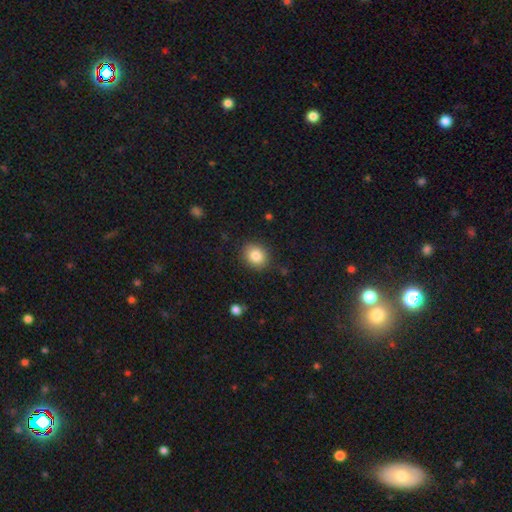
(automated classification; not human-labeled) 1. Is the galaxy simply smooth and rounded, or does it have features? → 84% smooth, 9% star or artifact, 7% featured or disk.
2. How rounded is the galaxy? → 57% round, 42% in between, 1% cigar-shaped.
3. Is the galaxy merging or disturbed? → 87% none, 9% minor disturbance, 3% major disturbance, 1% merger.